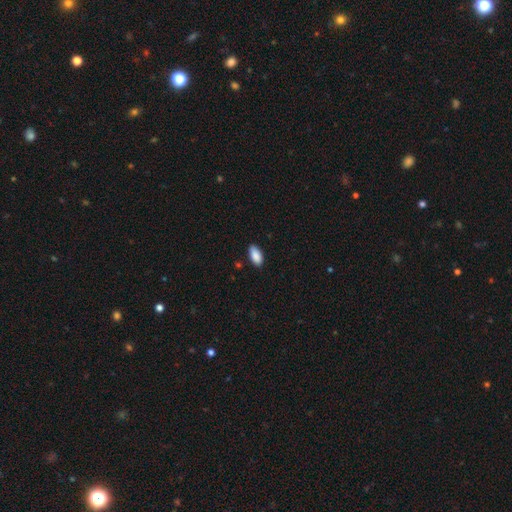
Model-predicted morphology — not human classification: A smooth galaxy with no disk features (90%) that is in between round and cigar-shaped (92%).

Vote fractions:
- Smooth or featured? smooth: 90% / star or artifact: 6% / featured or disk: 4%
- How rounded? in between: 92% / cigar-shaped: 5% / round: 2%
- Merging? none: 84% / minor disturbance: 13% / major disturbance: 2% / merger: 1%